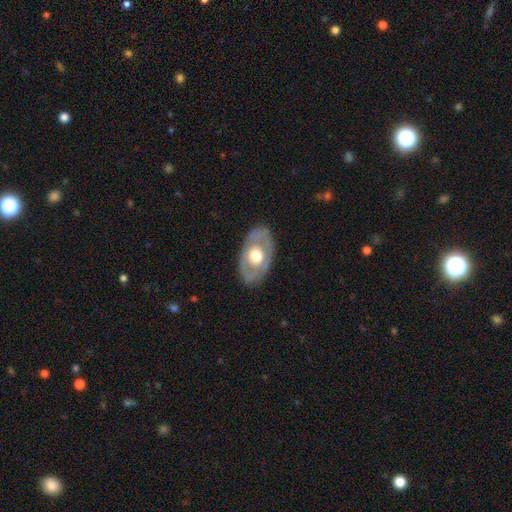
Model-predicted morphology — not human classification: Overall: featured or disk (54%; smooth 41%). Edge-on disk: no (88%). Merging: none (82%).